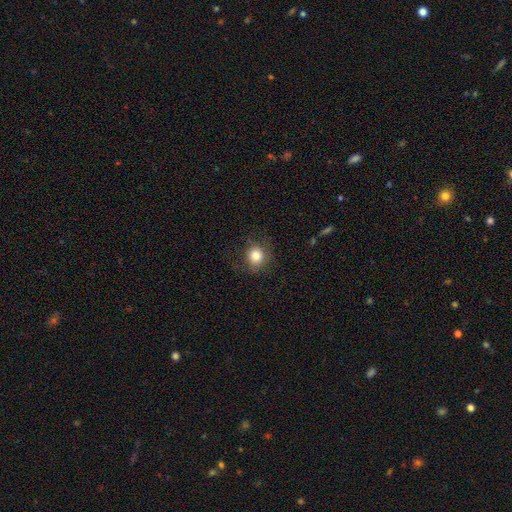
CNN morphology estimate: Smooth or featured?
  - smooth: 82% *
  - star or artifact: 10%
  - featured or disk: 7%
How rounded?
  - round: 82% *
  - in between: 17%
  - cigar-shaped: 1%
Merging?
  - none: 77% *
  - minor disturbance: 15%
  - major disturbance: 6%
  - merger: 1%